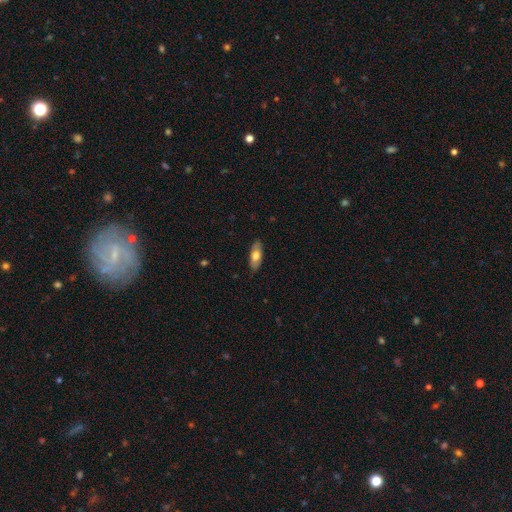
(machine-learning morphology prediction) Smooth or featured? Predicted: smooth (p=0.65). How rounded? Predicted: in between (p=0.79). Merging? Predicted: none (p=0.85).